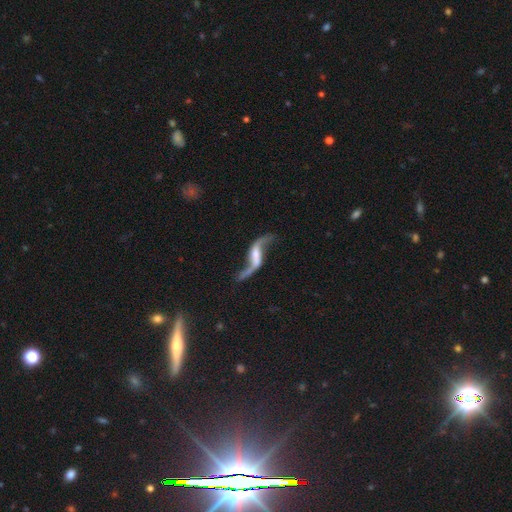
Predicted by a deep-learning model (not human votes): The model was most divided on "bulge size": small: 37%, moderate: 32%, none: 21%, large: 8%, dominant: 2%. Remaining: spiral winding — loose (94%); spiral arms — yes (94%); spiral arm count — 2 (93%); edge-on disk — no (92%); smooth or featured — featured or disk (87%); merging — none (62%); bar — weak (39%).